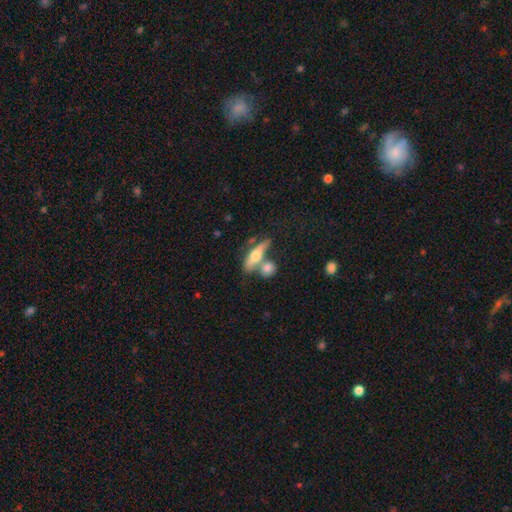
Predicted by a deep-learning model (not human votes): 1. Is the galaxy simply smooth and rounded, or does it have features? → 47% featured or disk, 46% smooth, 7% star or artifact.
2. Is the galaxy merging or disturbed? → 46% none, 36% merger, 12% minor disturbance, 6% major disturbance.